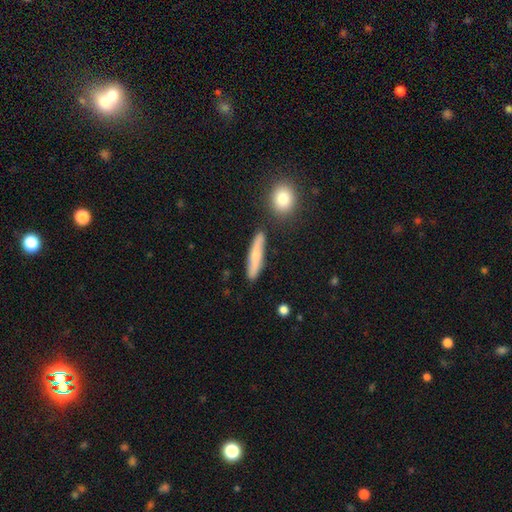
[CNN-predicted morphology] smooth_or_featured: smooth (p=0.57) [alt: featured or disk p=0.36]
how_rounded: cigar-shaped (p=0.85) [alt: in between p=0.13]
merging: none (p=0.82) [alt: minor disturbance p=0.11]